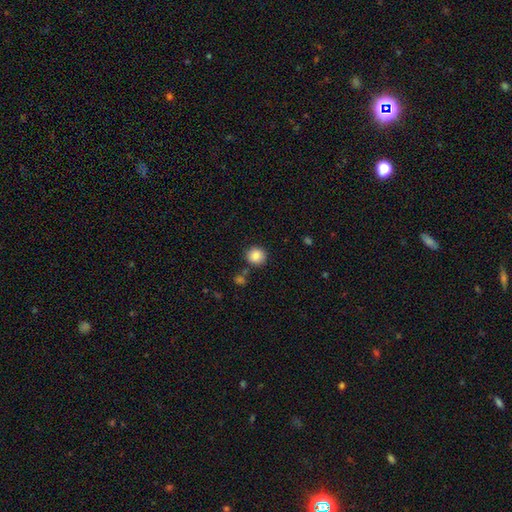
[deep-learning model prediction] Smooth or featured?
  - smooth: 87% *
  - star or artifact: 9%
  - featured or disk: 4%
How rounded?
  - round: 90% *
  - in between: 9%
  - cigar-shaped: 1%
Merging?
  - none: 83% *
  - minor disturbance: 9%
  - merger: 5%
  - major disturbance: 3%